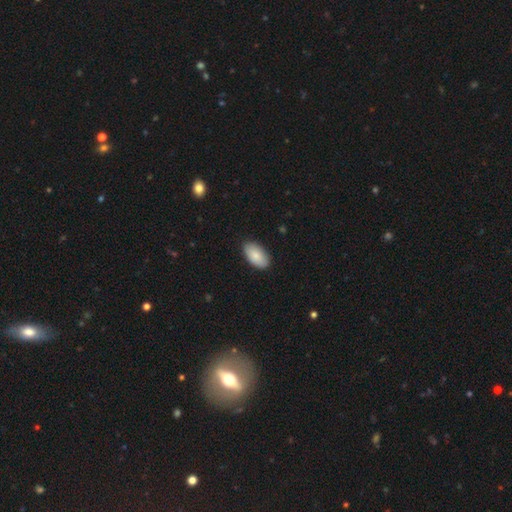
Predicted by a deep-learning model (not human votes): This appears to be a smooth galaxy with no disk features (86%) that is in between round and cigar-shaped (96%). Merging: none (86%).